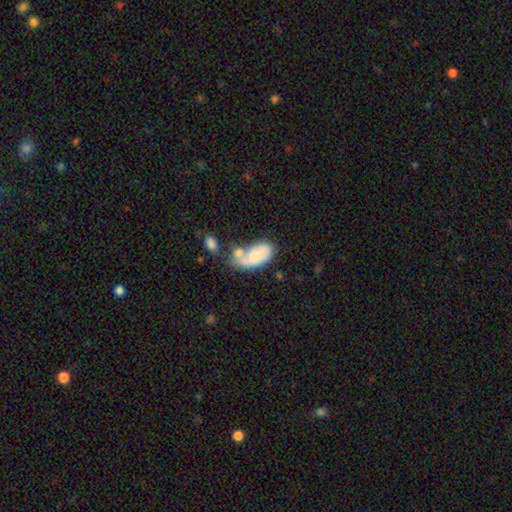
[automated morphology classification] smooth_or_featured: smooth (p=0.62) [alt: featured or disk p=0.31]
how_rounded: in between (p=0.92) [alt: round p=0.04]
merging: merger (p=0.41) [alt: none p=0.25]